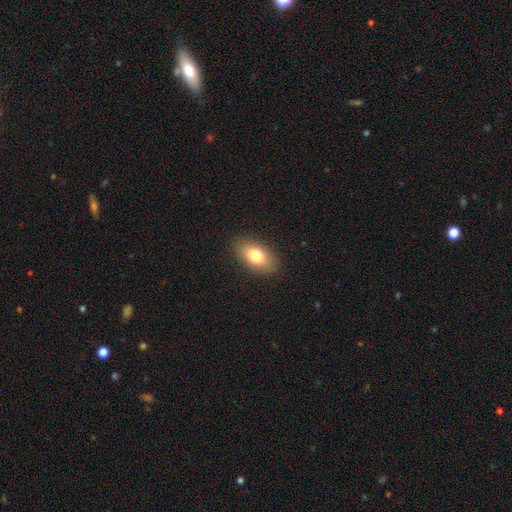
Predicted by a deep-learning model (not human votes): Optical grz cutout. It shows a smooth galaxy with no disk features (79%) that is in between round and cigar-shaped (90%). Merging: none (88%).